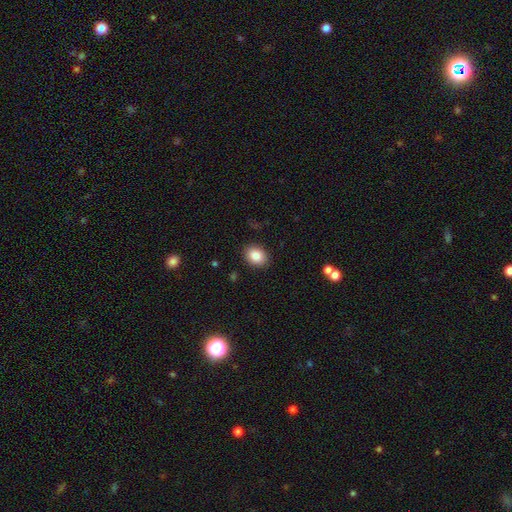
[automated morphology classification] A smooth galaxy with no disk features (86%) that is in between round and cigar-shaped (59%). Merging: none (89%).